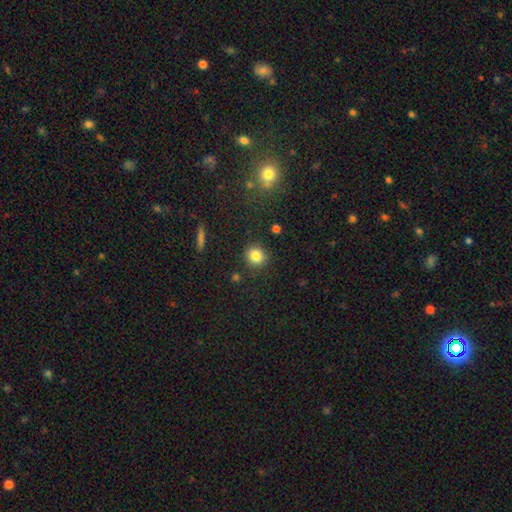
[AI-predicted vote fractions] The model was most divided on "smooth or featured": smooth: 82%, star or artifact: 11%, featured or disk: 6%. More confident: merging — none (87%); how rounded — round (87%).